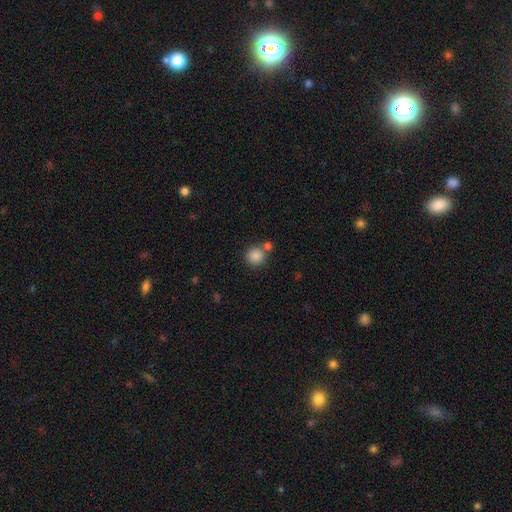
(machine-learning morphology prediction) Smooth or featured? smooth (86%)
How rounded? round (88%)
Merging? none (66%)